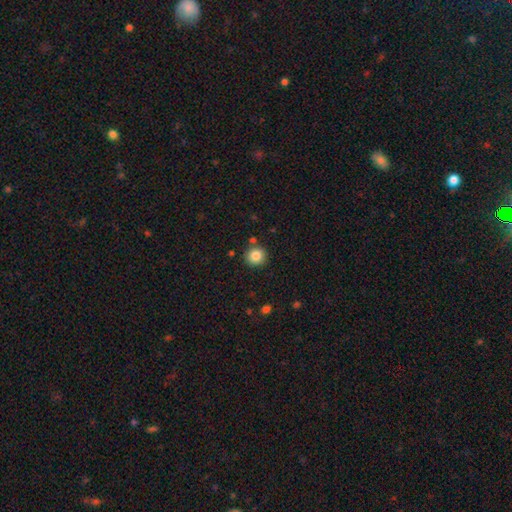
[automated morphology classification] Smooth or featured? smooth (85%)
How rounded? round (92%)
Merging? none (85%)